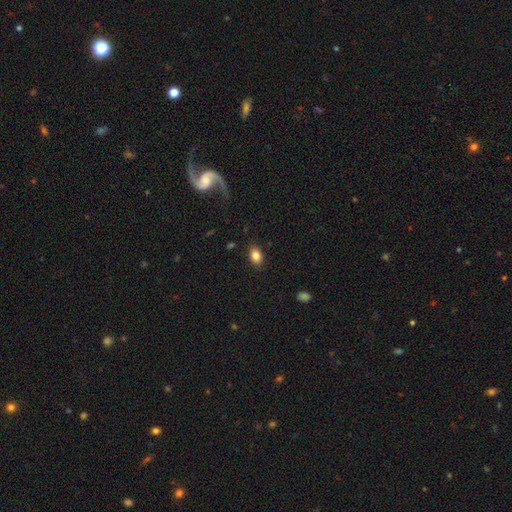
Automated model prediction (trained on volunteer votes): smooth 84%, star or artifact 9%, featured or disk 7%. Down the decision tree: how rounded — in between (82%); merging — none (86%).